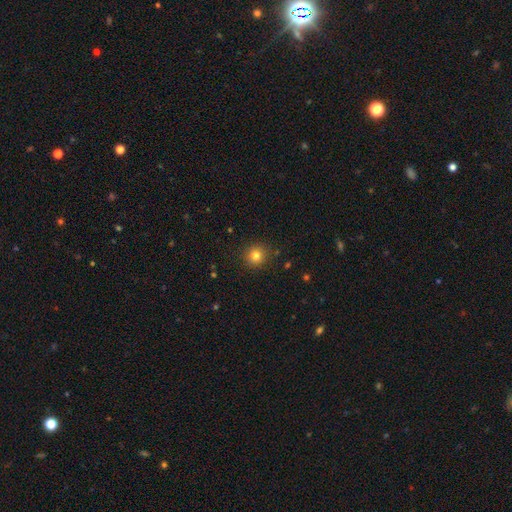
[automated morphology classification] type=smooth (80%); roundness=round (91%); merging=none (90%).